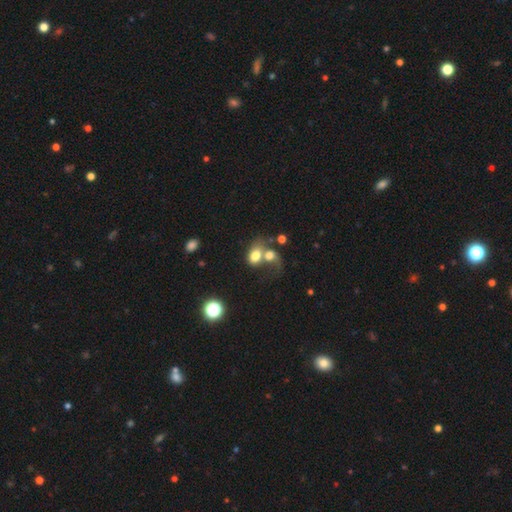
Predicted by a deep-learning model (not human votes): Overall: smooth (66%). How rounded: in between (63%; round 35%). Merging: merger (68%).